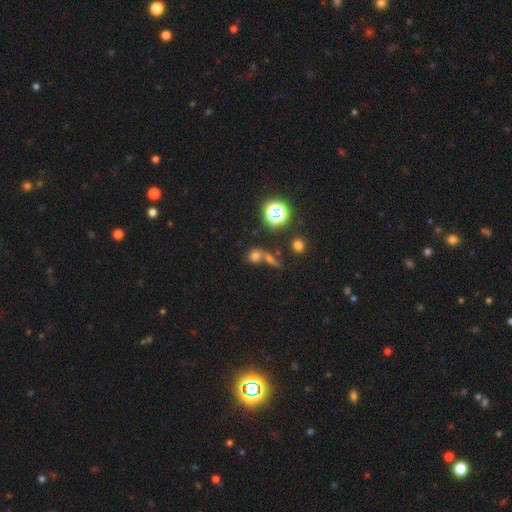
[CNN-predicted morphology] A smooth galaxy with no disk features (63%) that is round (70%).

Vote fractions:
- Smooth or featured? smooth: 63% / star or artifact: 25% / featured or disk: 12%
- How rounded? round: 70% / in between: 26% / cigar-shaped: 4%
- Merging? merger: 45% / none: 39% / minor disturbance: 9% / major disturbance: 7%